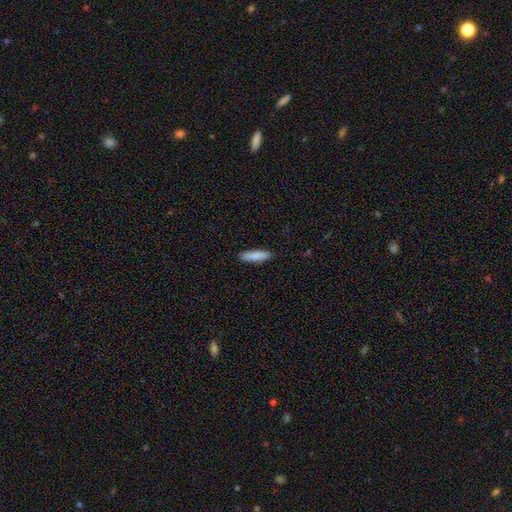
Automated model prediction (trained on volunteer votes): A smooth galaxy with no disk features (86%) that is cigar-shaped (74%).

Vote fractions:
- Smooth or featured? smooth: 86% / featured or disk: 8% / star or artifact: 6%
- How rounded? cigar-shaped: 74% / in between: 25% / round: 1%
- Merging? none: 87% / minor disturbance: 10% / major disturbance: 2% / merger: 1%